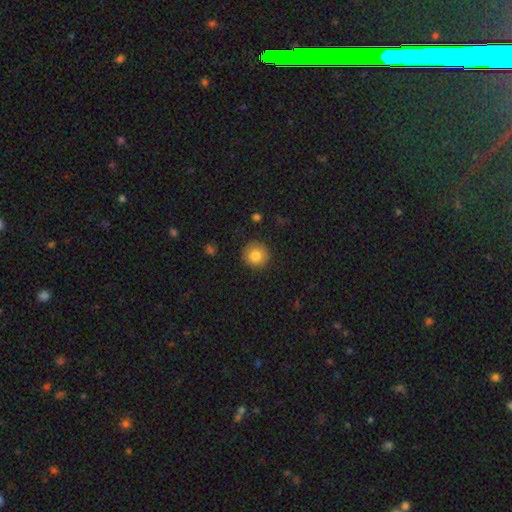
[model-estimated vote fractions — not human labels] smooth 83%, star or artifact 9%, featured or disk 8%. Down the decision tree: how rounded — round (94%); merging — none (88%).